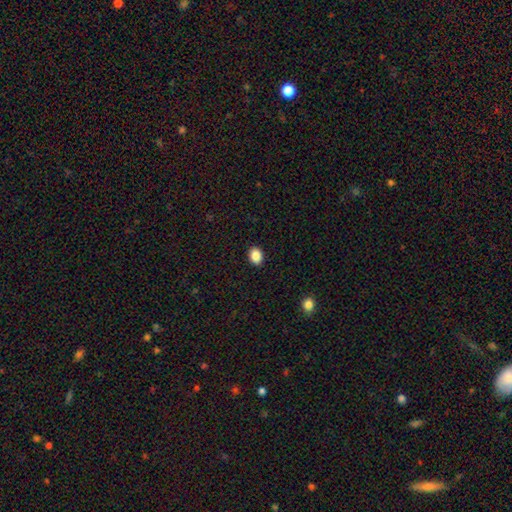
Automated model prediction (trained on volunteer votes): Overall: smooth (87%). How rounded: in between (61%; round 38%). Merging: none (91%).